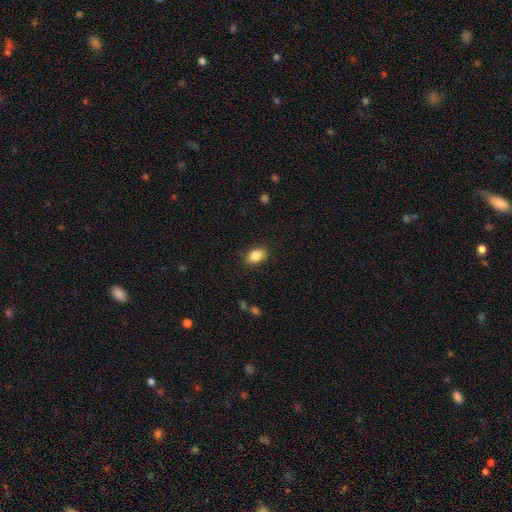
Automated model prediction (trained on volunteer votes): smooth-or-featured: smooth: 86% | star or artifact: 8% | featured or disk: 6%
  how-rounded: in between: 83% | round: 16% | cigar-shaped: 1%
  merging: none: 84% | minor disturbance: 12% | major disturbance: 3% | merger: 1%